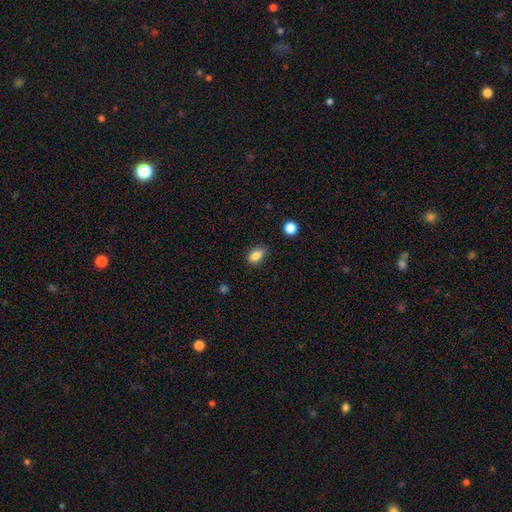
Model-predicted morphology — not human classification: The model was most divided on "merging": none: 77%, minor disturbance: 18%, major disturbance: 3%, merger: 2%. More confident: smooth or featured — smooth (85%); how rounded — in between (82%).